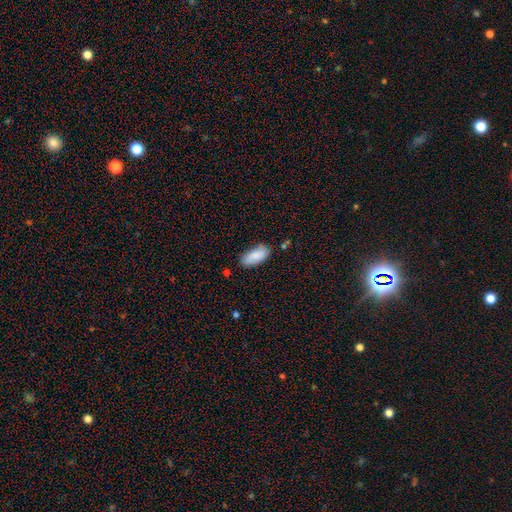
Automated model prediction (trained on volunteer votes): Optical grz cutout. It shows a smooth galaxy with no disk features (86%) that is in between round and cigar-shaped (88%). Merging: none (77%).